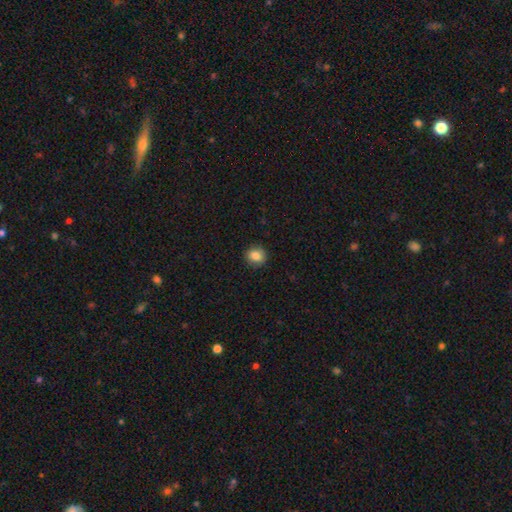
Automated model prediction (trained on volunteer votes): Smooth or featured? smooth (85%)
How rounded? round (81%)
Merging? none (89%)